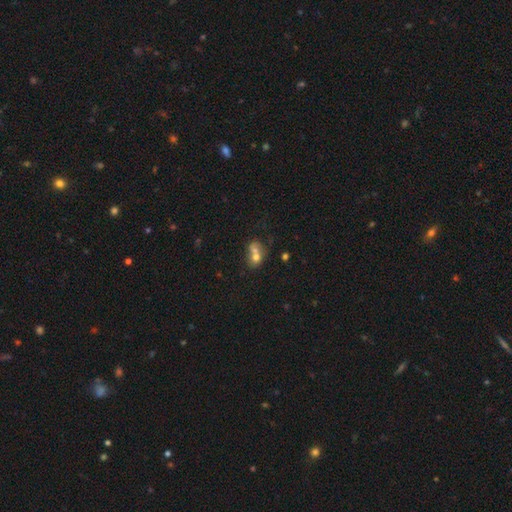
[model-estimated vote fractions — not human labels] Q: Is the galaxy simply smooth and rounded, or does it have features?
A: smooth — 66%.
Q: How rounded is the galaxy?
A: round — 52%.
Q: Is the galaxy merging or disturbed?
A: merger — 68%.